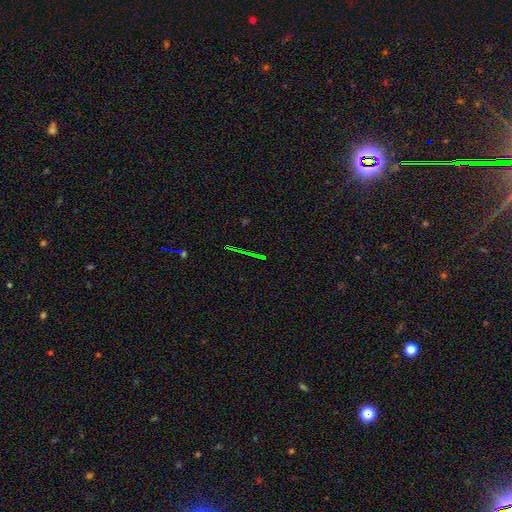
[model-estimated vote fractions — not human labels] This is likely a star or artifact rather than a galaxy (73%).